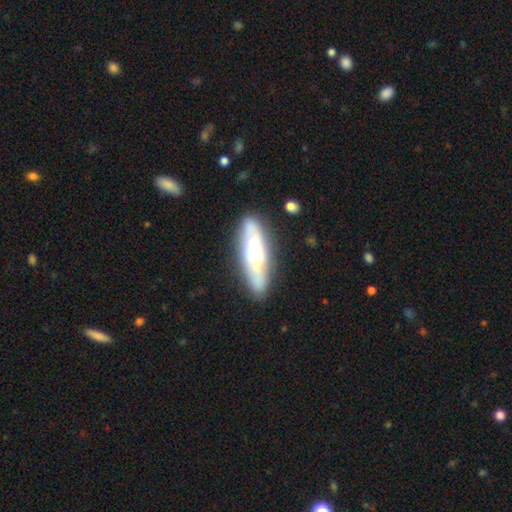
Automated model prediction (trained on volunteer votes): featured or disk 55%, smooth 39%, star or artifact 6%. Down the decision tree: edge-on disk — yes (56%); merging — none (79%).